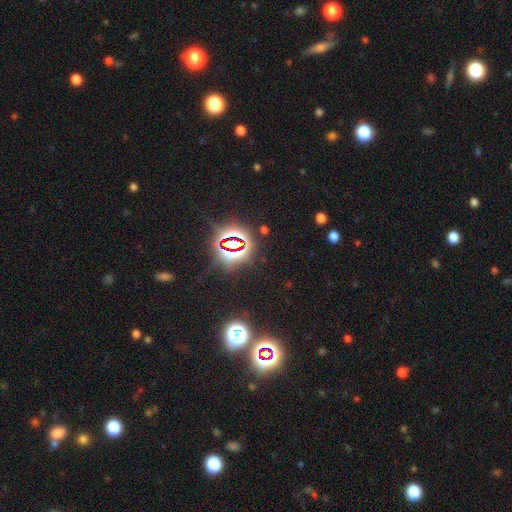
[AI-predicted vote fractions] Smooth or featured?
  - star or artifact: 81% *
  - smooth: 13%
  - featured or disk: 6%